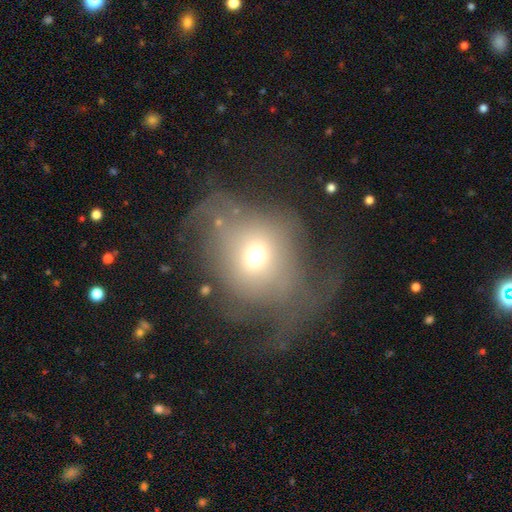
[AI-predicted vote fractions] A smooth galaxy with no disk features (53%) that is round (72%). Merging: major disturbance (51%).